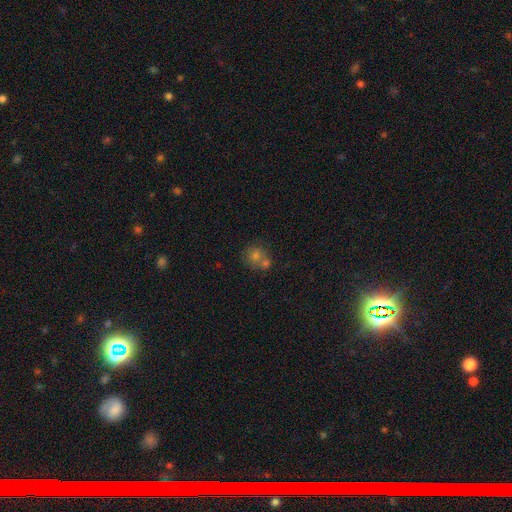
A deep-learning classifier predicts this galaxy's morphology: A smooth galaxy with no disk features (69%) that is round (83%).

Vote fractions:
- Smooth or featured? smooth: 69% / star or artifact: 16% / featured or disk: 15%
- How rounded? round: 83% / in between: 16% / cigar-shaped: 1%
- Merging? none: 46% / merger: 43% / minor disturbance: 8% / major disturbance: 3%